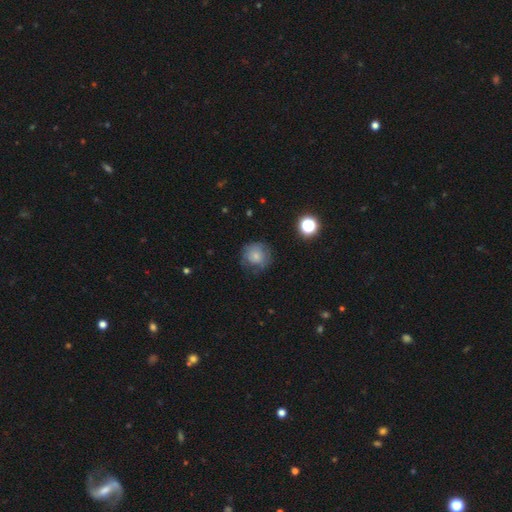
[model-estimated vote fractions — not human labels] Smooth or featured? smooth (67%)
How rounded? round (89%)
Merging? none (64%)